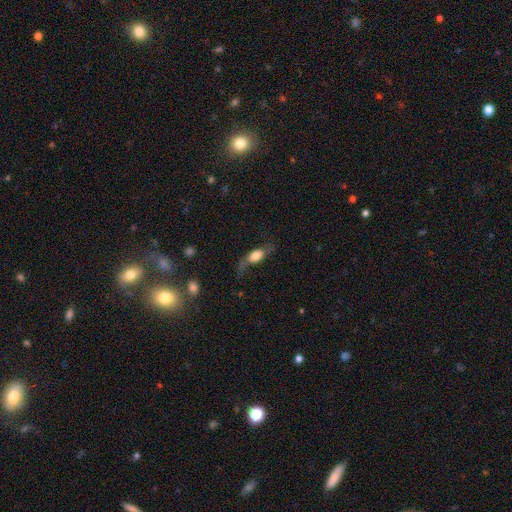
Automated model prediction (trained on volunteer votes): Morphology: type=smooth (49%); merging=none (46%).